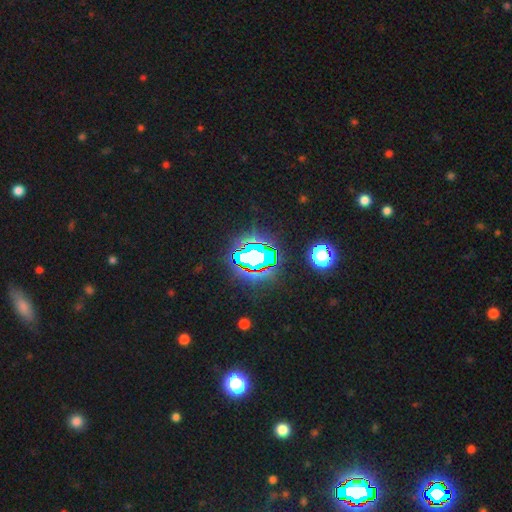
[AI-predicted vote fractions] star or artifact 69%, smooth 17%, featured or disk 14%.